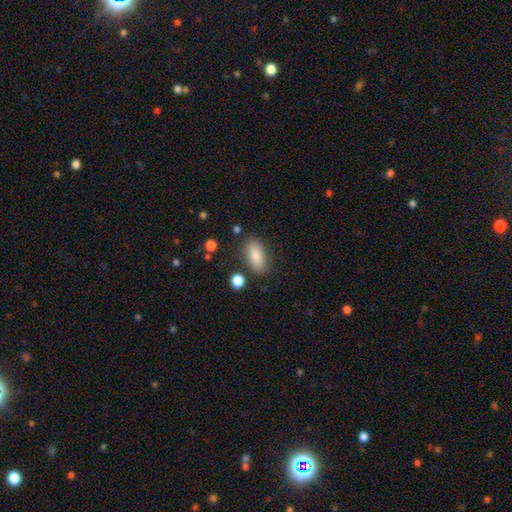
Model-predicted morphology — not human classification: smooth 83%, featured or disk 10%, star or artifact 7%. Down the decision tree: how rounded — in between (86%); merging — none (80%).